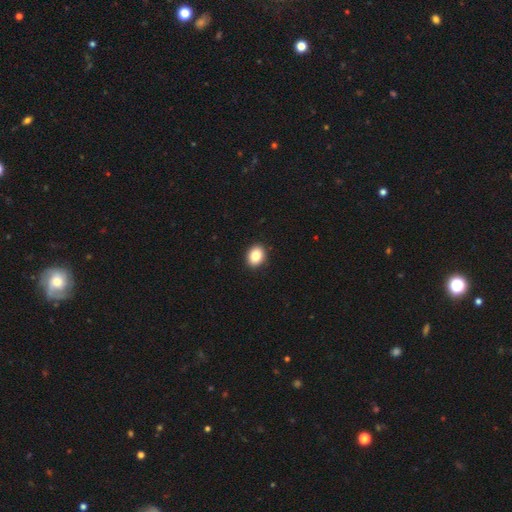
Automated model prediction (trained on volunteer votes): This is clearly a smooth galaxy (85%). How rounded: possibly in between (54%). Merging: clearly none (91%).